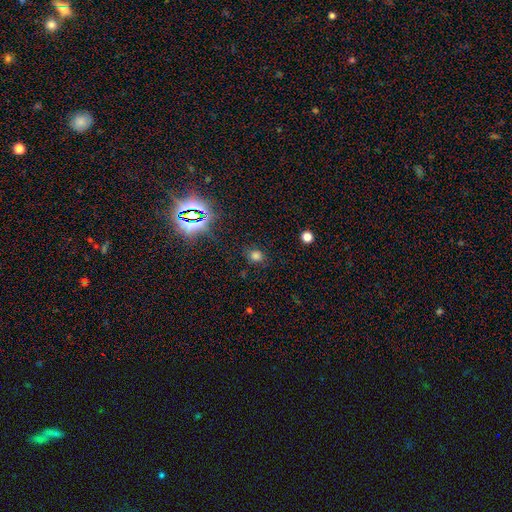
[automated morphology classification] Overall: smooth (69%). How rounded: round (59%; in between 40%). Merging: none (78%).